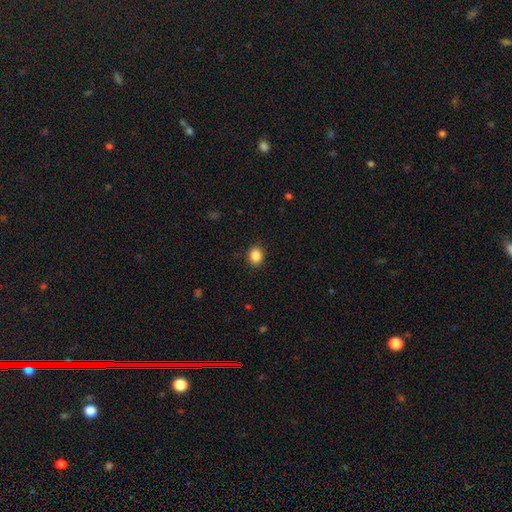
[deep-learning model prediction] Q: Smooth or featured?
A: smooth (87%); runner-up: star or artifact (10%)
Q: How rounded?
A: round (57%); runner-up: in between (42%)
Q: Merging?
A: none (90%); runner-up: minor disturbance (7%)